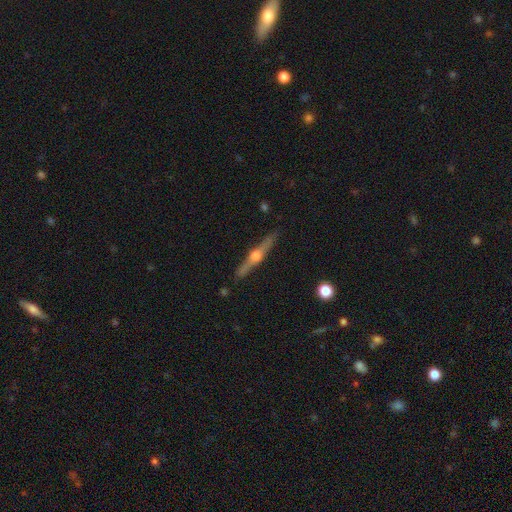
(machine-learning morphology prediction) The model was most divided on "smooth or featured": featured or disk: 81%, smooth: 13%, star or artifact: 6%. More confident: edge-on disk — yes (98%); edge-on bulge — rounded (94%); merging — none (90%).